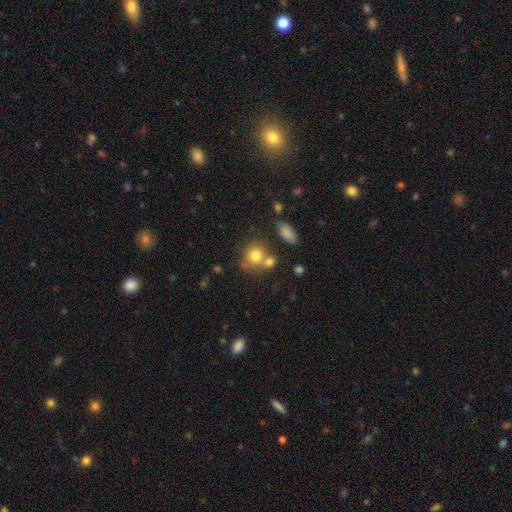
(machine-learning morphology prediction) smooth_or_featured: smooth (p=0.77) [alt: featured or disk p=0.12]
how_rounded: round (p=0.80) [alt: in between p=0.18]
merging: none (p=0.53) [alt: merger p=0.30]